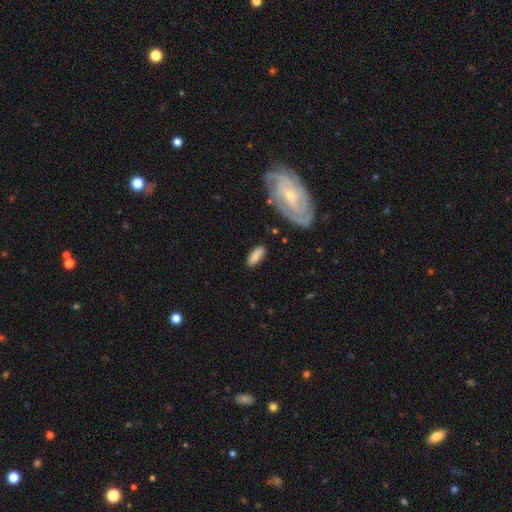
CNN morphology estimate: This appears to be a smooth galaxy with no disk features (75%) that is in between round and cigar-shaped (78%). Merging: none (72%).